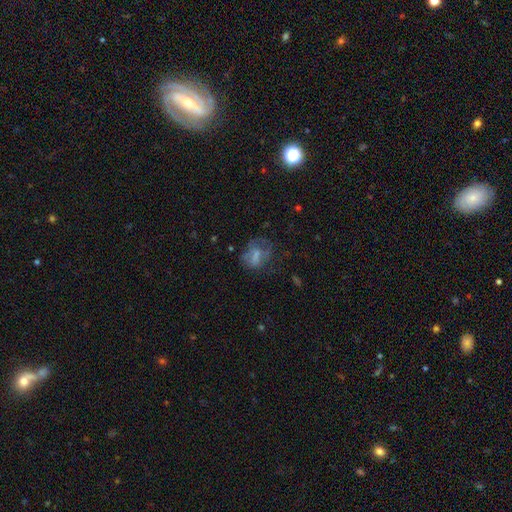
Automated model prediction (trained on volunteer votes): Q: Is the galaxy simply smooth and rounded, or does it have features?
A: smooth — 51%.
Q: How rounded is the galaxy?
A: in between — 57%.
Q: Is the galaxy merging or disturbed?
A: none — 36%, tied with major disturbance.